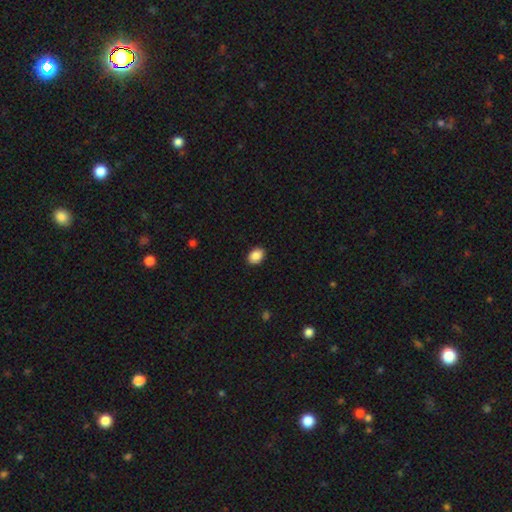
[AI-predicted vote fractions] smooth-or-featured: smooth: 88% | star or artifact: 8% | featured or disk: 4%
  how-rounded: in between: 75% | round: 24% | cigar-shaped: 1%
  merging: none: 89% | minor disturbance: 8% | major disturbance: 2% | merger: 1%